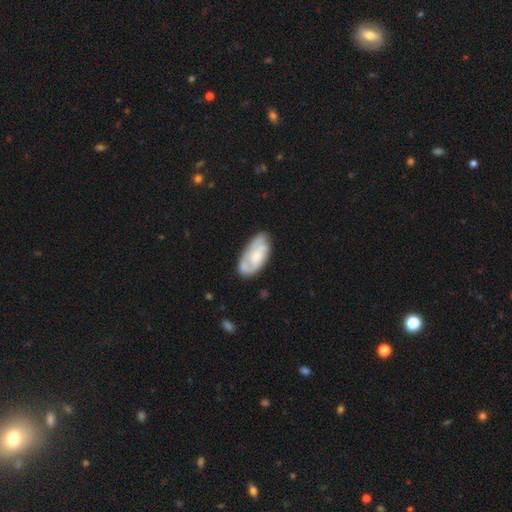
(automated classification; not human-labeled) smooth-or-featured: featured or disk: 54% | smooth: 40% | star or artifact: 6%
  disk-edge-on: no: 93% | yes: 7%
    bar: no: 66% | weak: 27% | strong: 6%
    has-spiral-arms: yes: 72% | no: 28%
    bulge-size: moderate: 36% | small: 32% | none: 20% | large: 10% | dominant: 2%
  merging: none: 65% | minor disturbance: 24% | major disturbance: 8% | merger: 3%